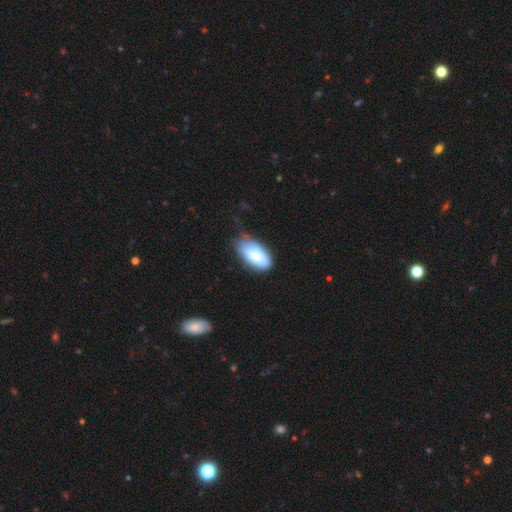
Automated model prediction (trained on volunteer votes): This appears to be a smooth galaxy with no disk features (75%) that is in between round and cigar-shaped (93%). Merging: none (55%).